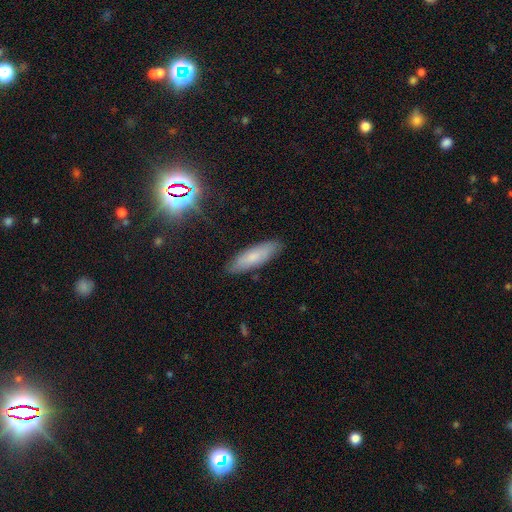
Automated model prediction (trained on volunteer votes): smooth_or_featured: smooth (p=0.74) [alt: featured or disk p=0.18]
how_rounded: cigar-shaped (p=0.54) [alt: in between p=0.45]
merging: none (p=0.85) [alt: minor disturbance p=0.11]